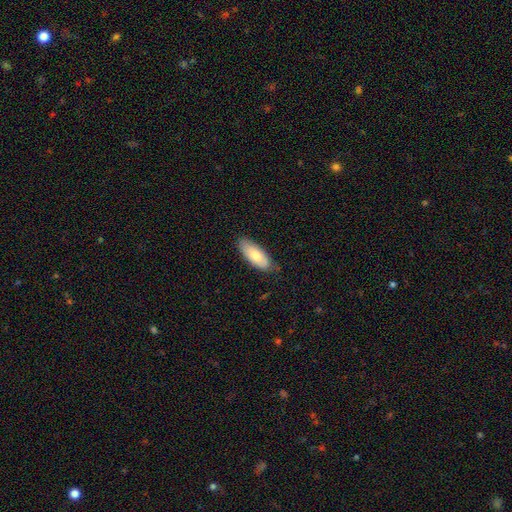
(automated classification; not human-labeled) Q: Smooth or featured?
A: smooth (74%); runner-up: featured or disk (20%)
Q: How rounded?
A: in between (81%); runner-up: cigar-shaped (17%)
Q: Merging?
A: none (80%); runner-up: minor disturbance (16%)